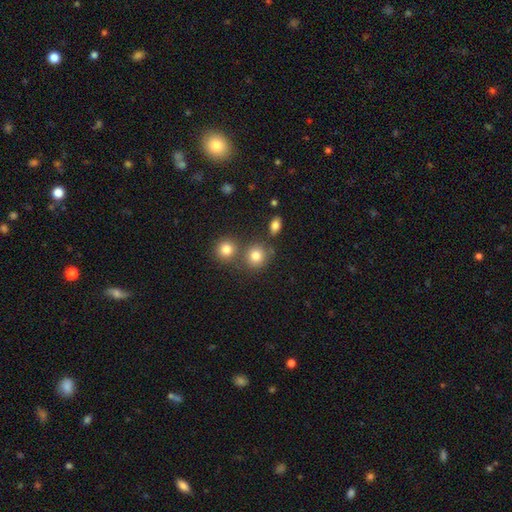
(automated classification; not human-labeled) Smooth or featured? Predicted: smooth (p=0.81). How rounded? Predicted: round (p=0.84). Merging? Predicted: none (p=0.68).